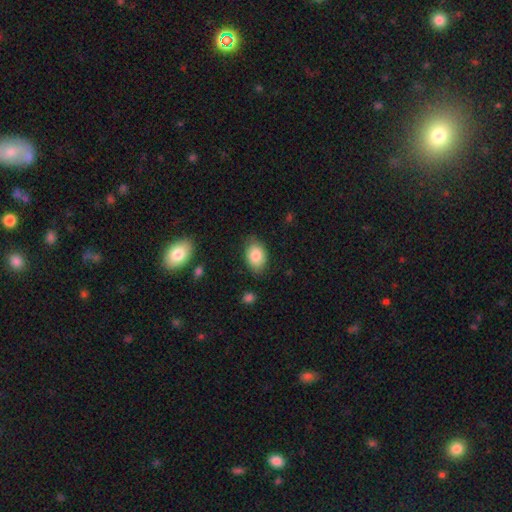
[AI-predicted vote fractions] Morphology: type=smooth (84%); roundness=in between (85%); merging=none (80%).